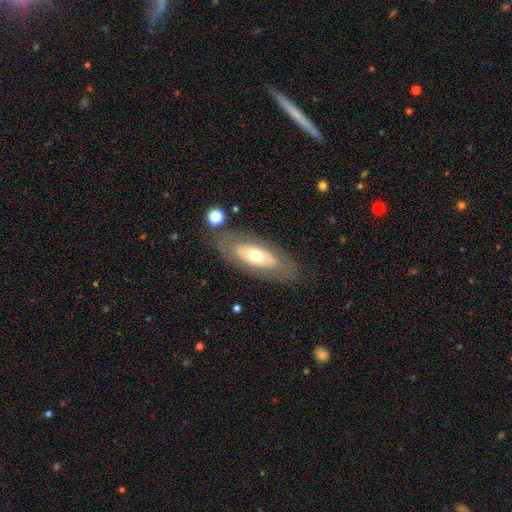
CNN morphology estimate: type=featured or disk (50%); edge-on=no (79%); merging=none (77%).